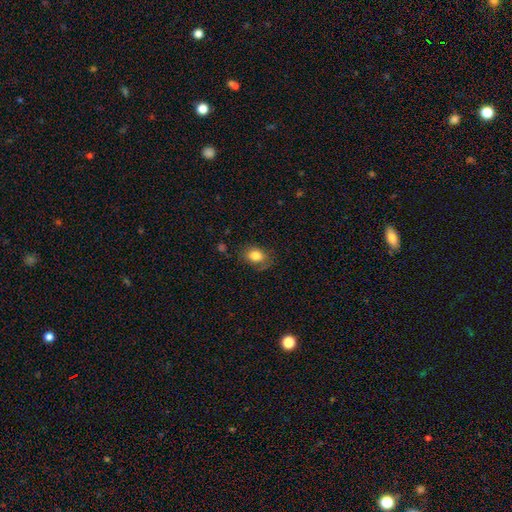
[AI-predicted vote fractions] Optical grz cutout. It shows a smooth galaxy with no disk features (82%) that is in between round and cigar-shaped (67%). Merging: none (70%).